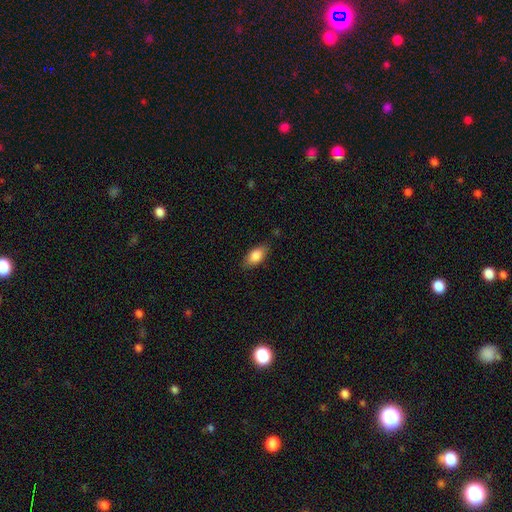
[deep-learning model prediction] smooth_or_featured: smooth (p=0.84) [alt: featured or disk p=0.10]
how_rounded: in between (p=0.90) [alt: cigar-shaped p=0.06]
merging: none (p=0.82) [alt: minor disturbance p=0.14]